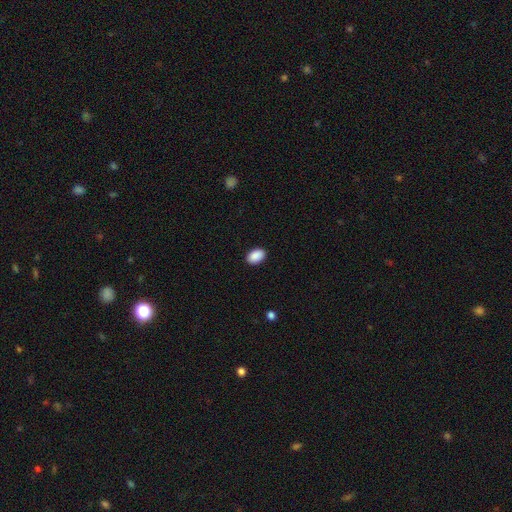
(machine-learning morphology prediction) This appears to be a smooth galaxy with no disk features (90%) that is in between round and cigar-shaped (89%). Merging: none (90%).